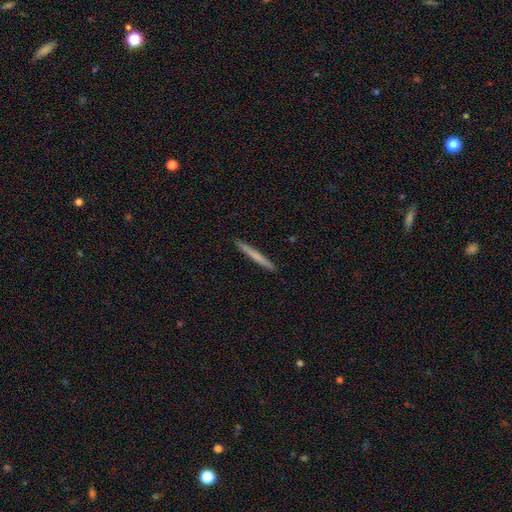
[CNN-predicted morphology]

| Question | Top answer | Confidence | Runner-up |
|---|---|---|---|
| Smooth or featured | smooth | 63% | featured or disk (32%) |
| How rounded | cigar-shaped | 97% | in between (2%) |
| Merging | none | 93% | minor disturbance (5%) |